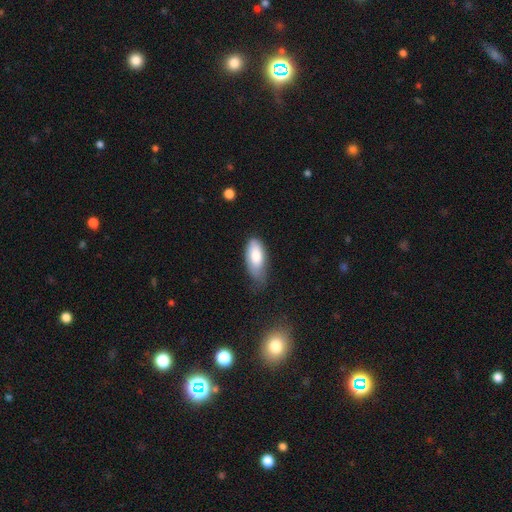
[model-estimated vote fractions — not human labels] smooth 80%, featured or disk 14%, star or artifact 7%. Down the decision tree: how rounded — in between (87%); merging — minor disturbance (44%).